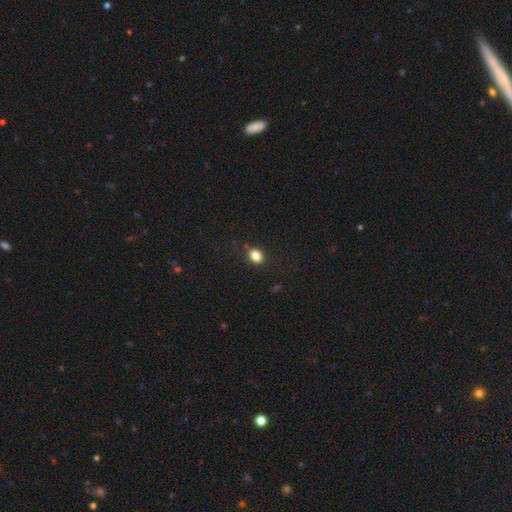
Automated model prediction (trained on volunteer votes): Overall: smooth (83%). How rounded: round (61%; in between 38%). Merging: none (87%).